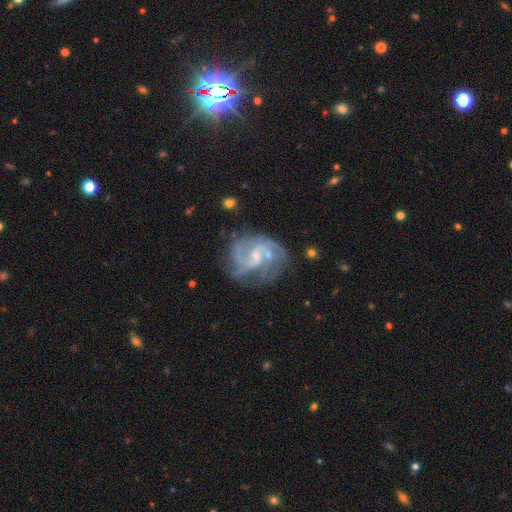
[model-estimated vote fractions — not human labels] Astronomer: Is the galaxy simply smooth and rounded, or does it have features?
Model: featured or disk — 85%.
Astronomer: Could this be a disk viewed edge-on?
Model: no — 98%.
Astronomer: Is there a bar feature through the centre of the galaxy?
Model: weak — 56%.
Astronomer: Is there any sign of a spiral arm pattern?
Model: yes — 94%.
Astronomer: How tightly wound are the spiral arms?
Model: medium — 51% (runner-up: tight, 30%).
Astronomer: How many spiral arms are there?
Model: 2 — 50%.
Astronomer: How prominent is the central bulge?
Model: small — 55% (runner-up: moderate, 33%).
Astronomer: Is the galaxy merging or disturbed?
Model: none — 56%.